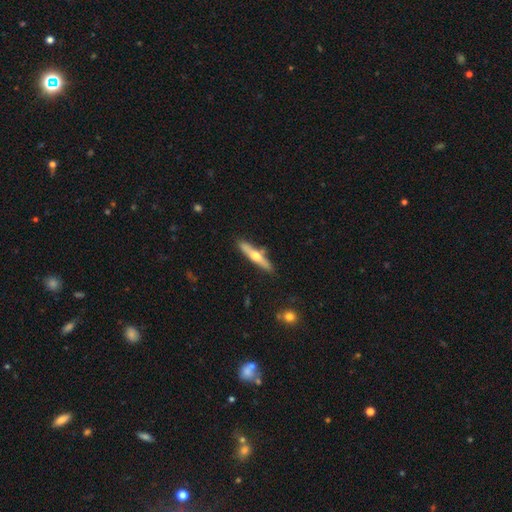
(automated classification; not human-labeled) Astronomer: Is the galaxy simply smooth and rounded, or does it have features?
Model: featured or disk — 55% (runner-up: smooth, 40%).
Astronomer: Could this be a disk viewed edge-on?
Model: yes — 93%.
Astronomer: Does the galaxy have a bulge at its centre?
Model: rounded — 92%.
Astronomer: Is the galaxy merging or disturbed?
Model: none — 82%.